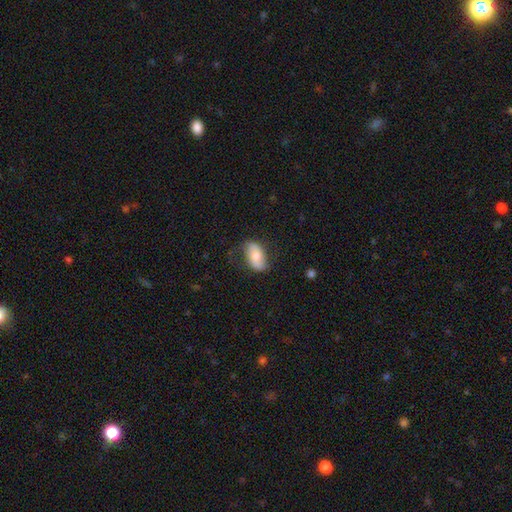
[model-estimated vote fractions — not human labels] Q: Smooth or featured?
A: smooth (62%); runner-up: featured or disk (32%)
Q: How rounded?
A: in between (92%); runner-up: round (4%)
Q: Merging?
A: none (71%); runner-up: minor disturbance (21%)